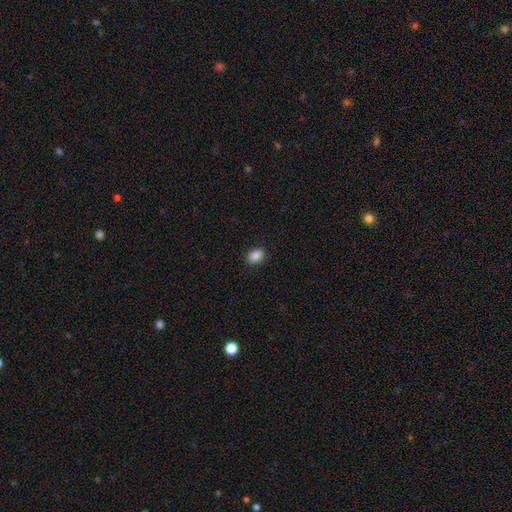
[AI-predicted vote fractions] Smooth or featured? smooth (87%)
How rounded? in between (78%)
Merging? none (89%)